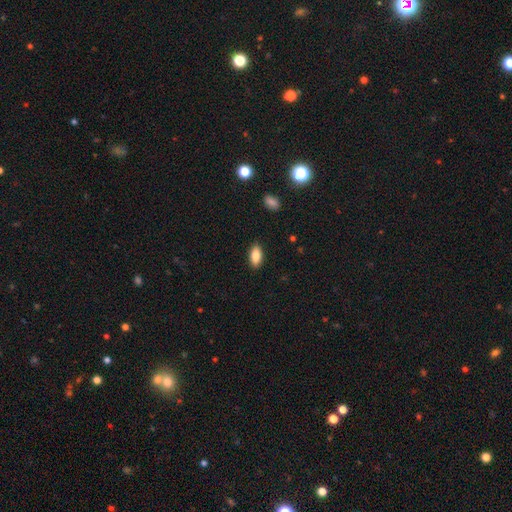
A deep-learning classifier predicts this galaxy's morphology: Smooth or featured? smooth (82%)
How rounded? in between (88%)
Merging? none (88%)